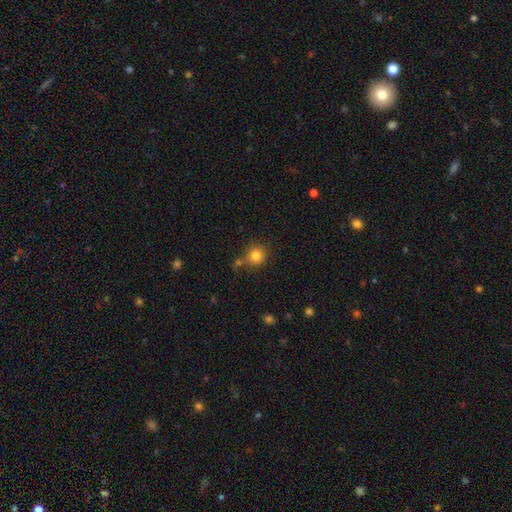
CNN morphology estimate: A smooth galaxy with no disk features (83%) that is round (89%). Merging: none (72%).